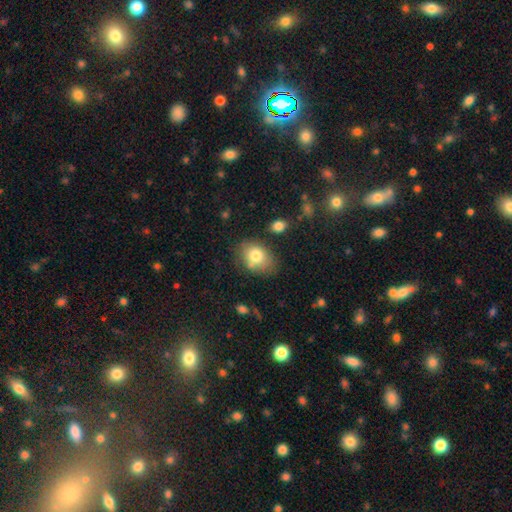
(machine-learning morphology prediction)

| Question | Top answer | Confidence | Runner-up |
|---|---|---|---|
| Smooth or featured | smooth | 77% | featured or disk (14%) |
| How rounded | in between | 66% | round (33%) |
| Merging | none | 67% | minor disturbance (19%) |